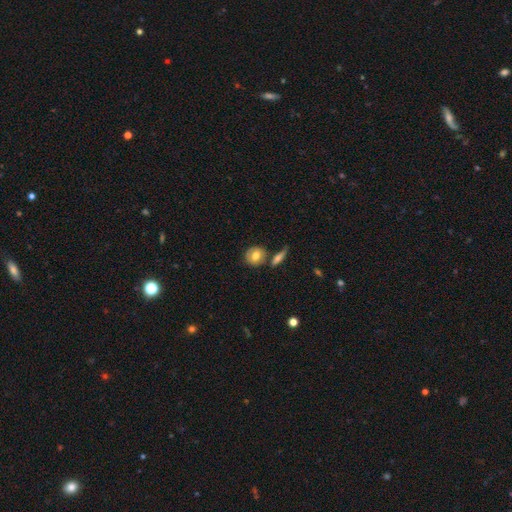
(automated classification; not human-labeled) Morphology: type=smooth (69%); roundness=round (76%); merging=none (71%).